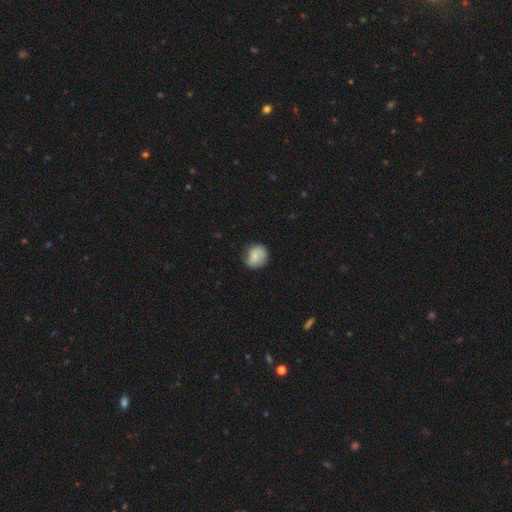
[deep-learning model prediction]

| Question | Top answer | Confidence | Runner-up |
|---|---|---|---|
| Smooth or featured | smooth | 65% | featured or disk (27%) |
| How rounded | round | 77% | in between (22%) |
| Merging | none | 71% | minor disturbance (22%) |